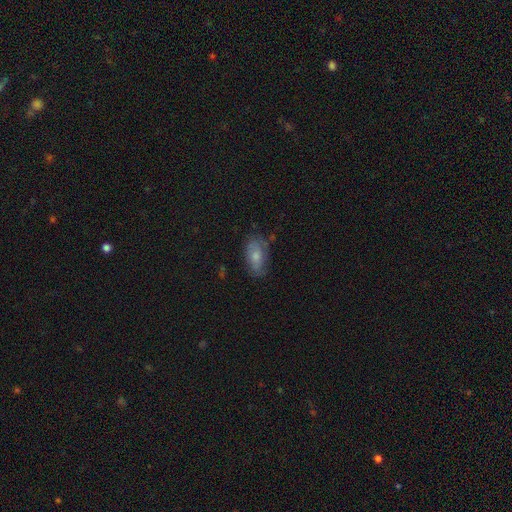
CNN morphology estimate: Smooth or featured? smooth (66%)
How rounded? in between (89%)
Merging? none (65%)